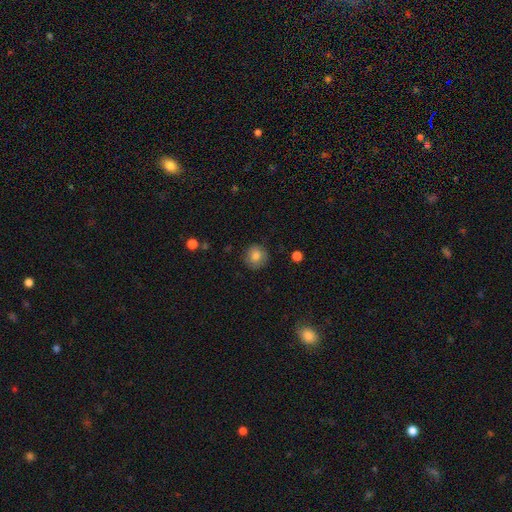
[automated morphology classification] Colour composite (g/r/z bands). It shows a smooth galaxy with no disk features (82%) that is round (92%). Merging: none (87%).